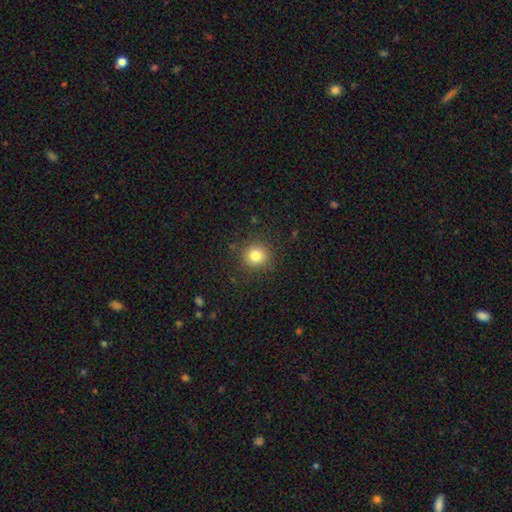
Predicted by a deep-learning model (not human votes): smooth-or-featured: smooth: 81% | star or artifact: 12% | featured or disk: 6%
  how-rounded: round: 92% | in between: 8% | cigar-shaped: 1%
  merging: none: 88% | minor disturbance: 8% | major disturbance: 3% | merger: 1%